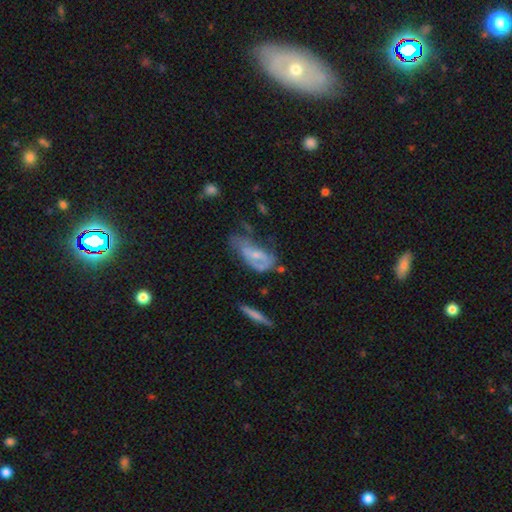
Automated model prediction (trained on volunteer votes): This is possibly a featured or disk galaxy (51%). It is clearly not viewed edge-on (88%). Merging: marginally major disturbance (40%).